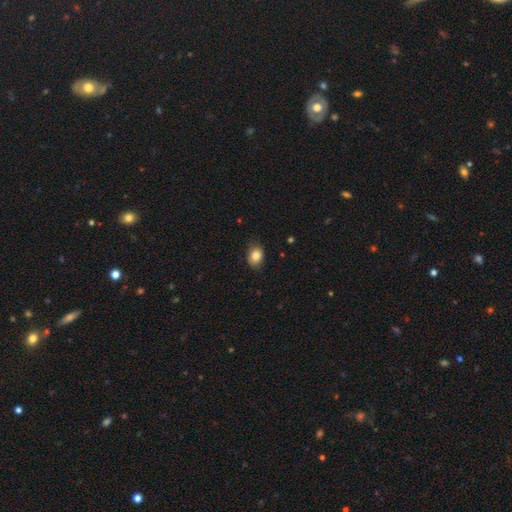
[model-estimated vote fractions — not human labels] smooth 84%, star or artifact 9%, featured or disk 7%. Down the decision tree: how rounded — in between (65%); merging — none (81%).